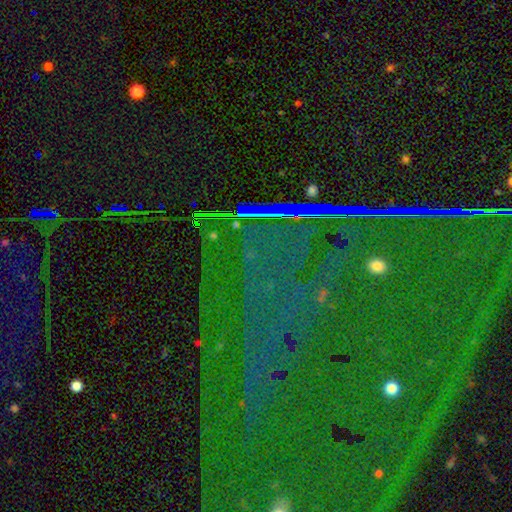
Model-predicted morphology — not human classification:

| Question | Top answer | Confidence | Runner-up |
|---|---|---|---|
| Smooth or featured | star or artifact | 86% | featured or disk (8%) |